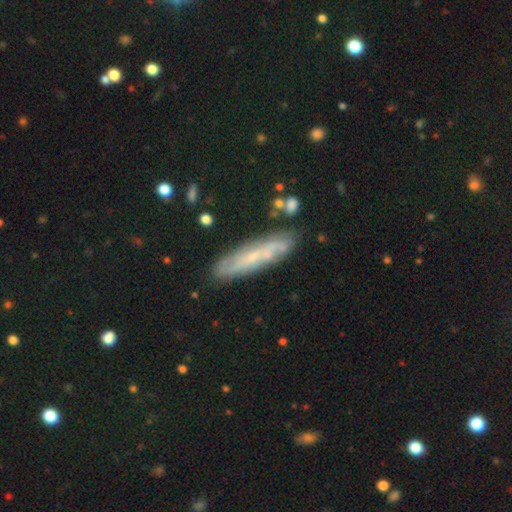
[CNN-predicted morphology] Smooth or featured: featured or disk — 57% (smooth — 32%)
Edge-on disk: yes — 51% (no — 49%)
Merging: none — 82% (minor disturbance — 12%)